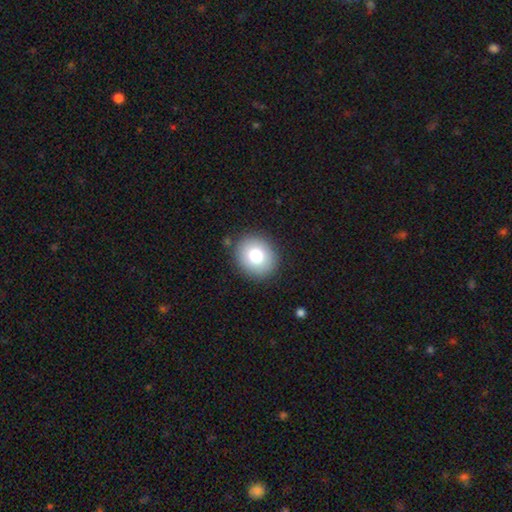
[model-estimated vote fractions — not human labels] Overall: smooth (81%). How rounded: round (74%). Merging: none (88%).